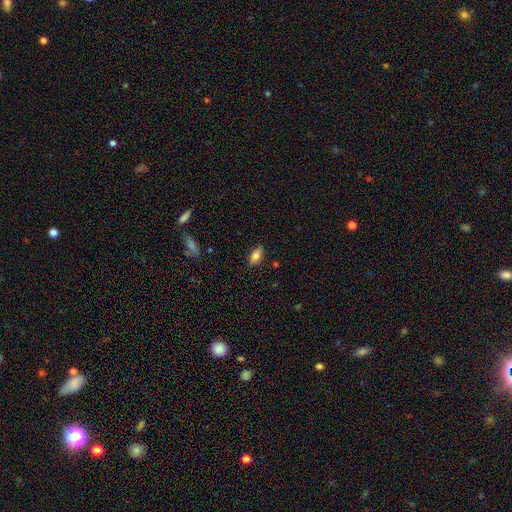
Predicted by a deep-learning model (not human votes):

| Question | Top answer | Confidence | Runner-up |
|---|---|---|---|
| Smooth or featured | smooth | 83% | featured or disk (9%) |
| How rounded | in between | 90% | cigar-shaped (5%) |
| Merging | none | 83% | minor disturbance (13%) |